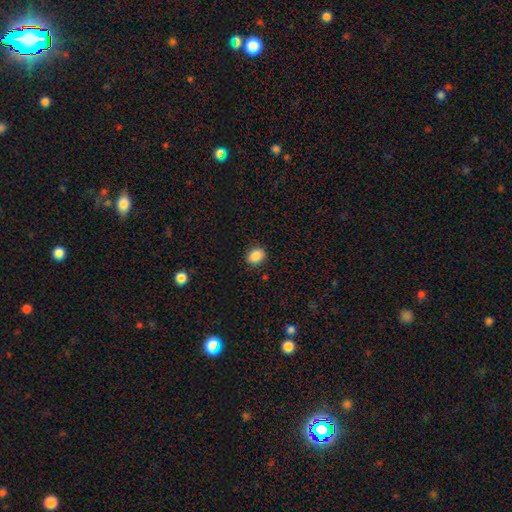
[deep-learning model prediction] smooth_or_featured: smooth (p=0.87) [alt: star or artifact p=0.09]
how_rounded: round (p=0.50) [alt: in between p=0.49]
merging: none (p=0.88) [alt: minor disturbance p=0.08]